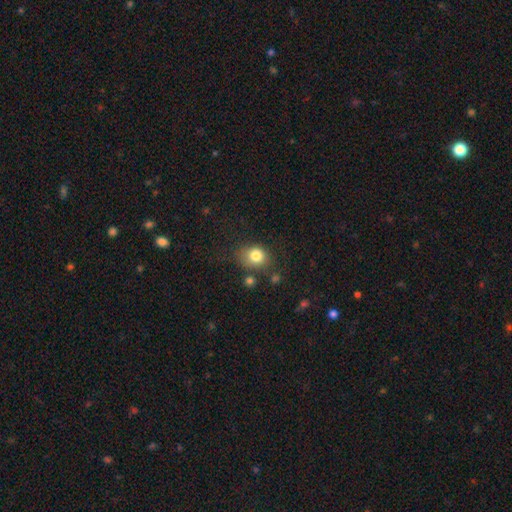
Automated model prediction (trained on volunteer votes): The model was most divided on "how rounded": round: 58%, in between: 41%, cigar-shaped: 1%. More confident: smooth or featured — smooth (81%); merging — none (65%).